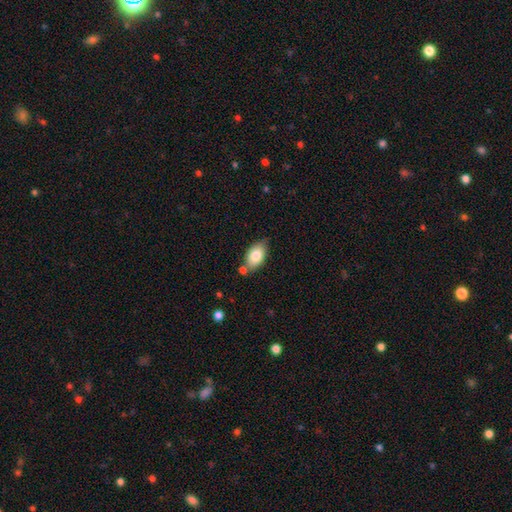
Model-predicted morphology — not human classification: Q: Smooth or featured?
A: smooth (81%); runner-up: featured or disk (12%)
Q: How rounded?
A: in between (91%); runner-up: round (7%)
Q: Merging?
A: none (63%); runner-up: minor disturbance (20%)